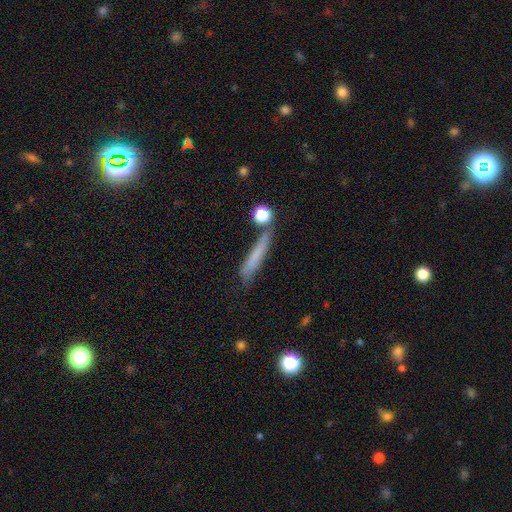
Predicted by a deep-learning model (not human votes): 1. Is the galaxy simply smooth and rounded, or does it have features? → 67% smooth, 24% featured or disk, 9% star or artifact.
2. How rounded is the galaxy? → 90% cigar-shaped, 7% in between, 3% round.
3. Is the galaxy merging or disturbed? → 61% none, 21% minor disturbance, 9% merger, 9% major disturbance.